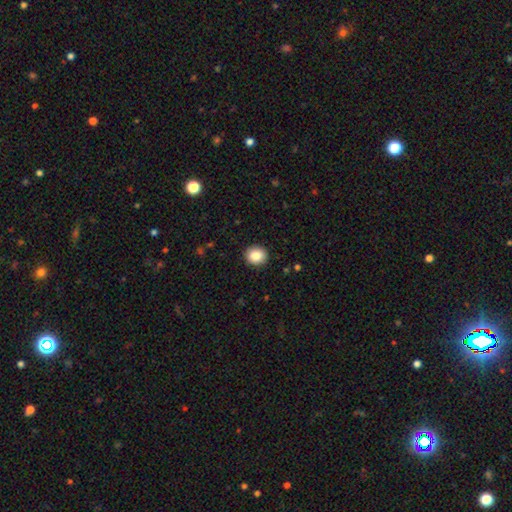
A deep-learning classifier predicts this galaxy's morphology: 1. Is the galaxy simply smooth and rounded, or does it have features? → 87% smooth, 8% star or artifact, 5% featured or disk.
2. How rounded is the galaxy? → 81% round, 18% in between, 1% cigar-shaped.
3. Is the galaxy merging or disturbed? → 91% none, 6% minor disturbance, 2% major disturbance, 1% merger.